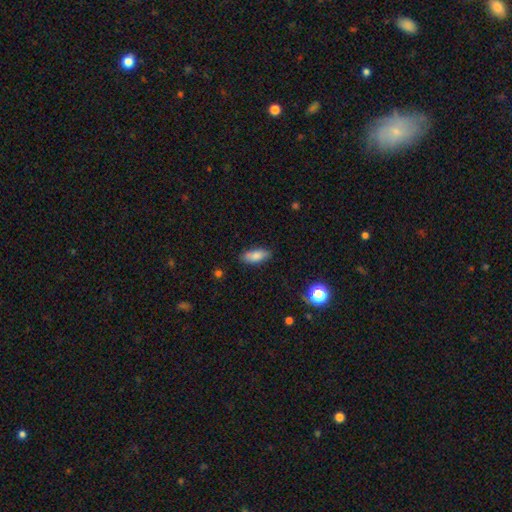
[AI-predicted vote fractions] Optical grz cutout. It shows a smooth galaxy with no disk features (82%) that is in between round and cigar-shaped (82%). Merging: none (80%).